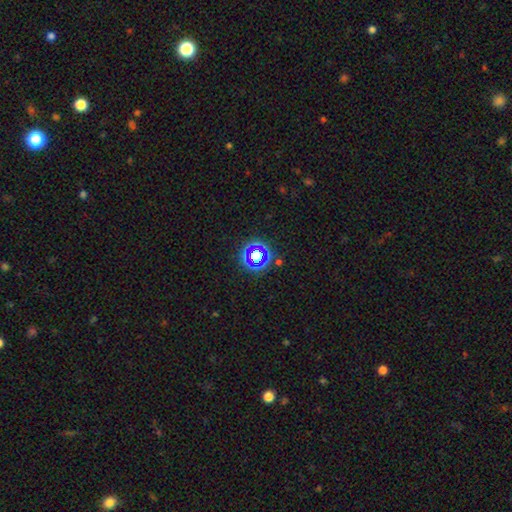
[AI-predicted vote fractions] The model was most divided on "smooth or featured": star or artifact: 55%, smooth: 32%, featured or disk: 13%.